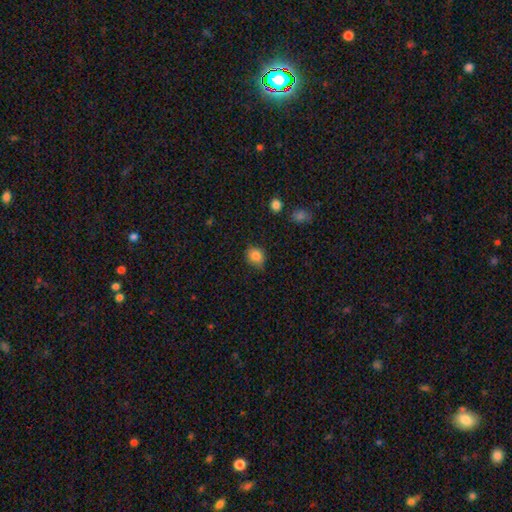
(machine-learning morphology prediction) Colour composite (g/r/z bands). It shows a smooth galaxy with no disk features (84%) that is round (73%). Merging: none (71%).